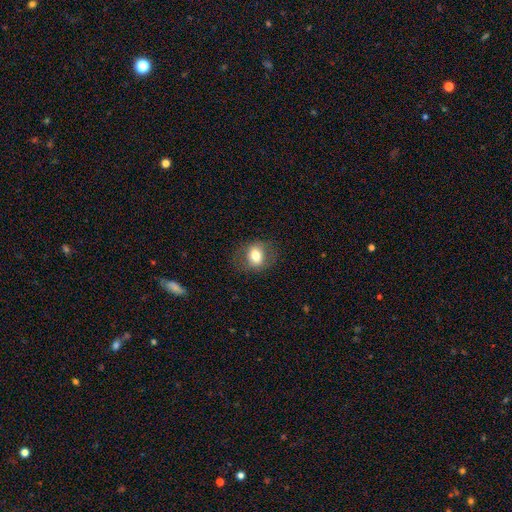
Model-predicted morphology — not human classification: smooth-or-featured: smooth: 72% | featured or disk: 19% | star or artifact: 9%
  how-rounded: in between: 50% | round: 48% | cigar-shaped: 1%
  merging: none: 79% | minor disturbance: 14% | major disturbance: 7% | merger: 1%